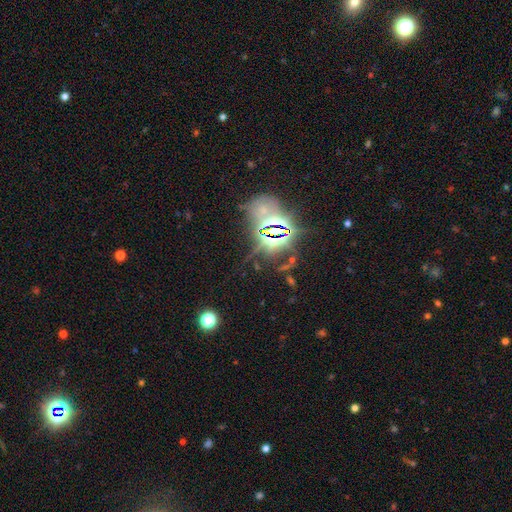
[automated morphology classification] smooth-or-featured: star or artifact: 71% | featured or disk: 16% | smooth: 13%